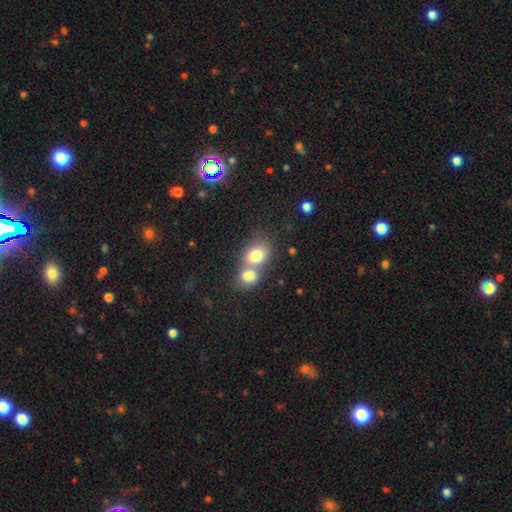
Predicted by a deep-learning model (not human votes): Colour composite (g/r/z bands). It shows a smooth galaxy with no disk features (76%) that is in between round and cigar-shaped (51%). Merging: merger (60%).